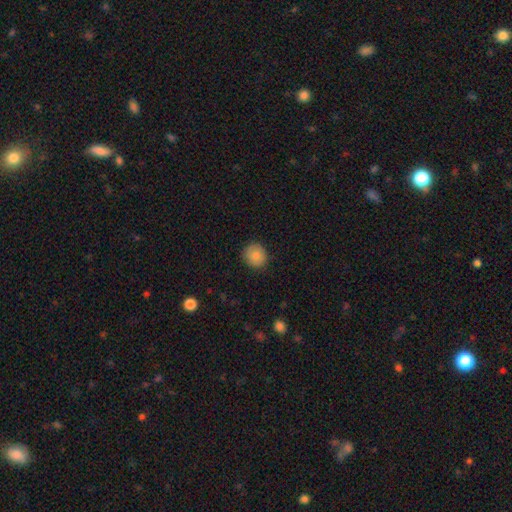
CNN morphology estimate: A smooth galaxy with no disk features (83%) that is round (83%). Merging: none (87%).